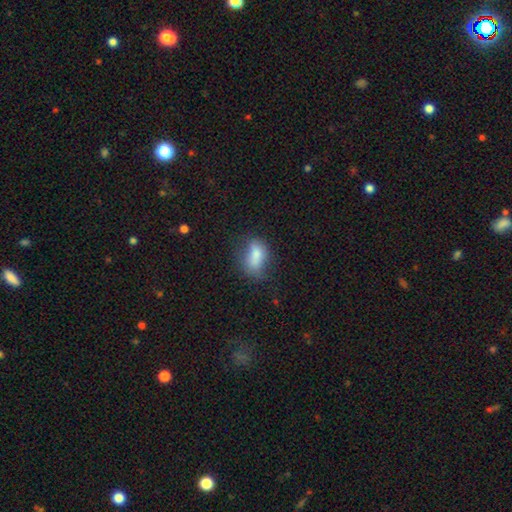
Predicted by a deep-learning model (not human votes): Morphology: type=smooth (77%); roundness=in between (84%); merging=none (50%).